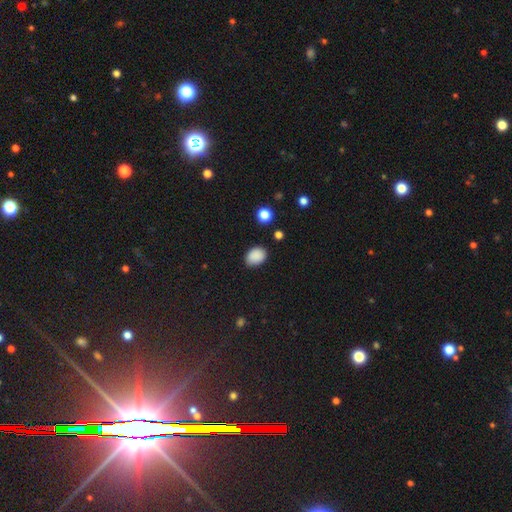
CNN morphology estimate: A smooth galaxy with no disk features (88%) that is in between round and cigar-shaped (74%). Merging: none (82%).